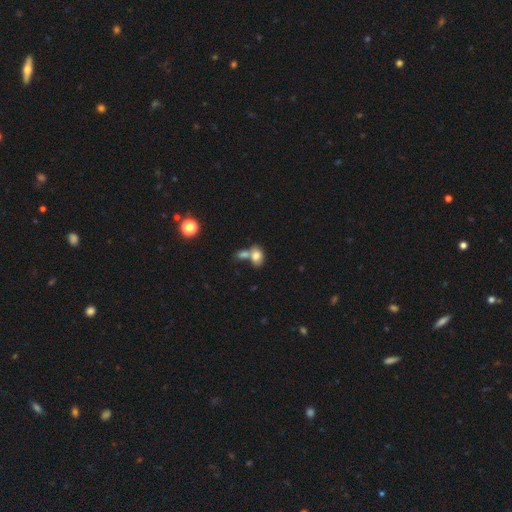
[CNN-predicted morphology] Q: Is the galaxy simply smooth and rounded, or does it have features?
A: smooth — 79%.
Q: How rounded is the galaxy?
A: in between — 75%.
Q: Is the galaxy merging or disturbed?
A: merger — 53%.